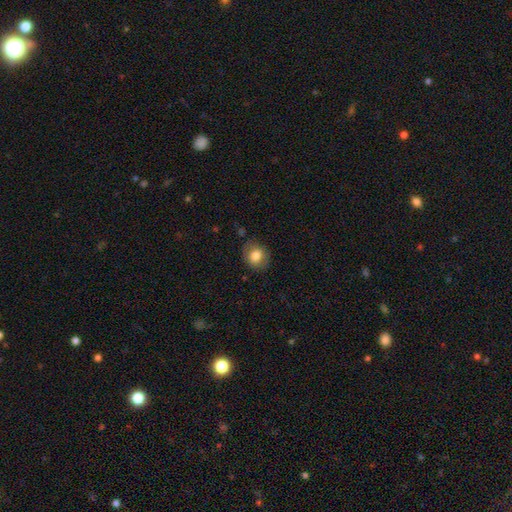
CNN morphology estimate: This is likely a smooth galaxy (79%). How rounded: likely round (66%). Merging: clearly none (80%).